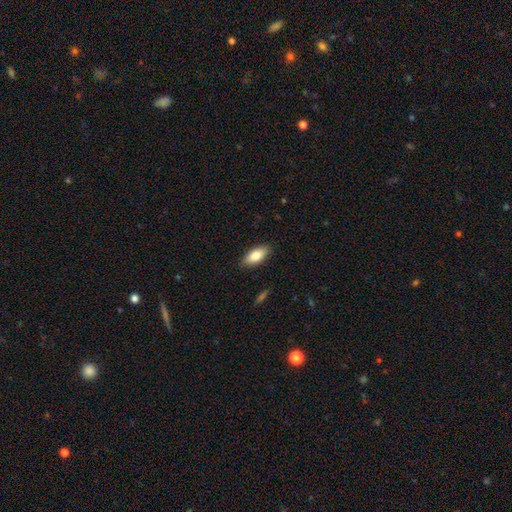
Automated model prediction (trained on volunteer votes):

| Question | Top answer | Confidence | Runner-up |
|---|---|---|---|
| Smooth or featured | smooth | 82% | featured or disk (12%) |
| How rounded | in between | 87% | cigar-shaped (11%) |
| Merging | none | 87% | minor disturbance (10%) |